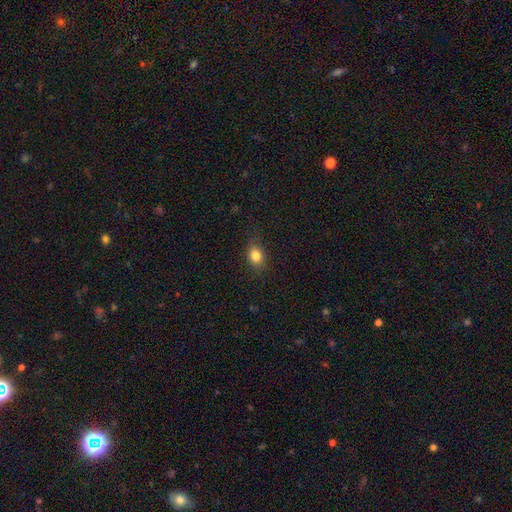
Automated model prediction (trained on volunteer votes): smooth-or-featured: smooth: 82% | star or artifact: 11% | featured or disk: 7%
  how-rounded: in between: 61% | round: 37% | cigar-shaped: 2%
  merging: none: 80% | minor disturbance: 15% | major disturbance: 4% | merger: 1%